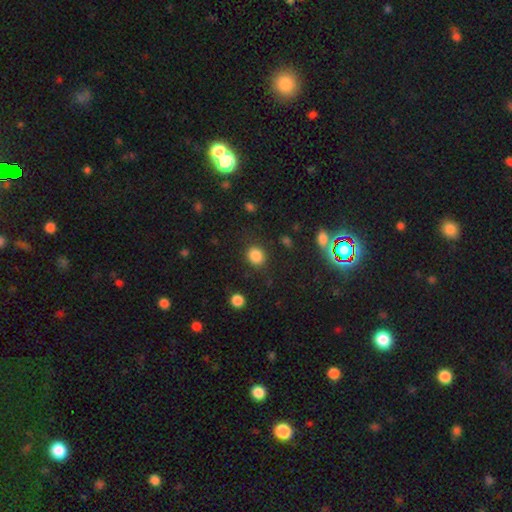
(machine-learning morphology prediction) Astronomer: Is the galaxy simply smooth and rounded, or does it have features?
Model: smooth — 85%.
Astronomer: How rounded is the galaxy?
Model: round — 71%.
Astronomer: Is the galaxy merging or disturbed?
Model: none — 85%.